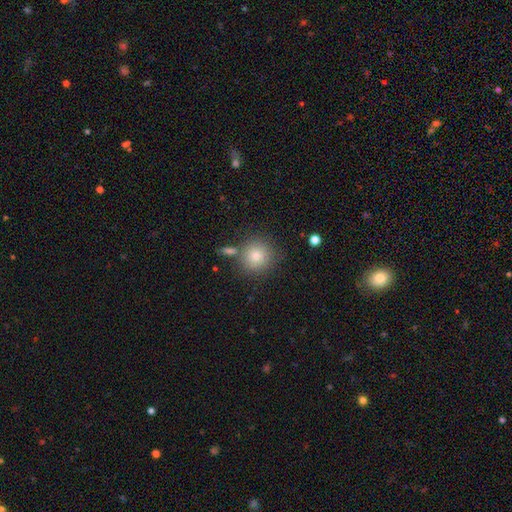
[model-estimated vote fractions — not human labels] This is clearly a smooth galaxy (80%). How rounded: clearly round (91%). Merging: likely none (77%).